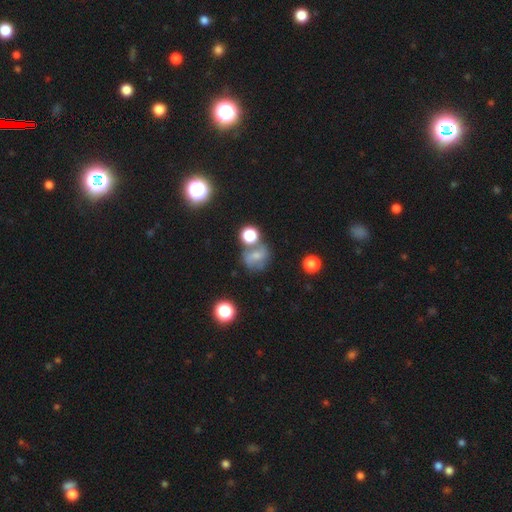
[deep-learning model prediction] A smooth galaxy with no disk features (48%).

Vote fractions:
- Smooth or featured? smooth: 48% / featured or disk: 33% / star or artifact: 19%
- Merging? none: 50% / merger: 24% / minor disturbance: 17% / major disturbance: 10%